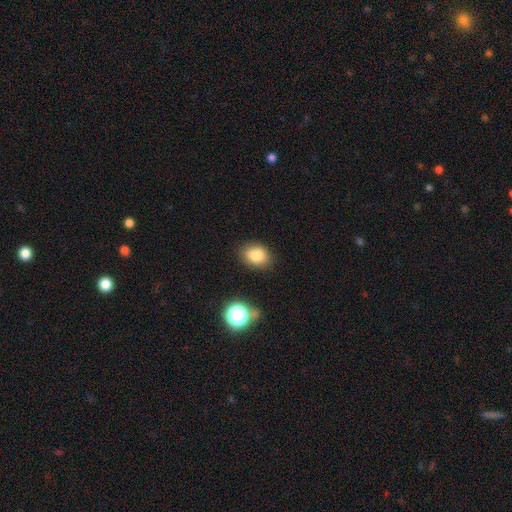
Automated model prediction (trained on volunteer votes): Smooth or featured? smooth (82%)
How rounded? in between (62%)
Merging? none (82%)